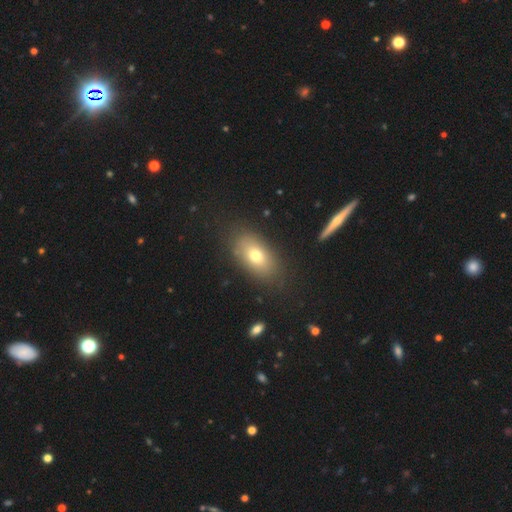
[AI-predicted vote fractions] Smooth or featured? Predicted: smooth (p=0.71). How rounded? Predicted: in between (p=0.87). Merging? Predicted: none (p=0.82).